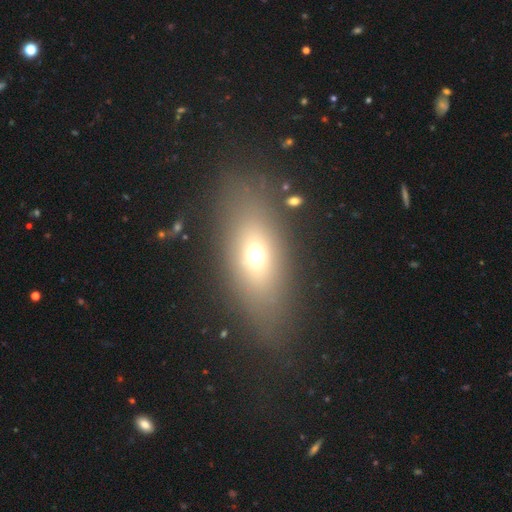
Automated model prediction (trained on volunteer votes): Smooth or featured?
  - smooth: 62% *
  - featured or disk: 24%
  - star or artifact: 14%
How rounded?
  - in between: 69% *
  - cigar-shaped: 21%
  - round: 9%
Merging?
  - none: 79% *
  - minor disturbance: 11%
  - major disturbance: 7%
  - merger: 2%